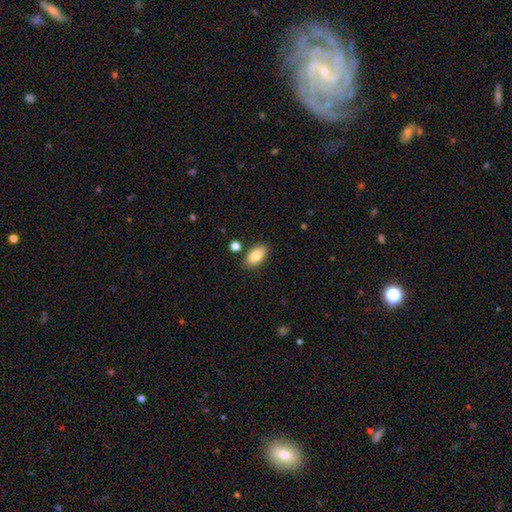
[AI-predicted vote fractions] smooth 80%, featured or disk 12%, star or artifact 7%. Down the decision tree: how rounded — in between (92%); merging — none (84%).